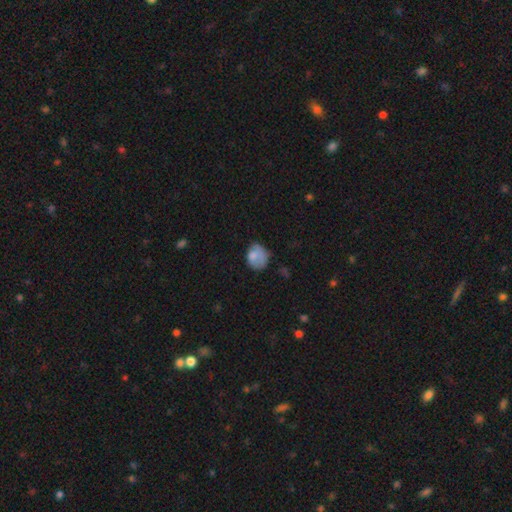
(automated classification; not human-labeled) smooth_or_featured: smooth (p=0.72) [alt: featured or disk p=0.19]
how_rounded: round (p=0.53) [alt: in between p=0.46]
merging: none (p=0.42) [alt: minor disturbance p=0.34]